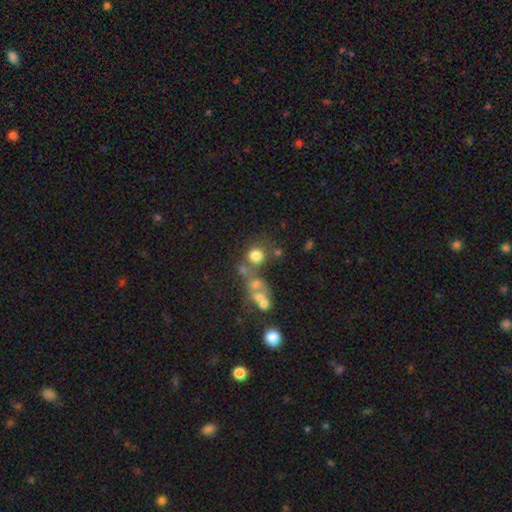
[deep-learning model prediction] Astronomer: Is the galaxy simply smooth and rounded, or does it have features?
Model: smooth — 71%.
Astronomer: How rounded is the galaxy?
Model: round — 86%.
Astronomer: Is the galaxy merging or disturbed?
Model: none — 53%.